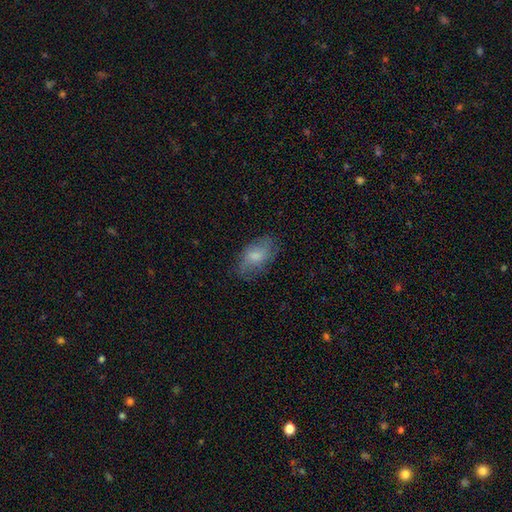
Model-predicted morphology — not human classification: A smooth galaxy with no disk features (65%) that is in between round and cigar-shaped (91%).

Vote fractions:
- Smooth or featured? smooth: 65% / featured or disk: 27% / star or artifact: 8%
- How rounded? in between: 91% / round: 6% / cigar-shaped: 3%
- Merging? none: 68% / minor disturbance: 22% / major disturbance: 9% / merger: 1%